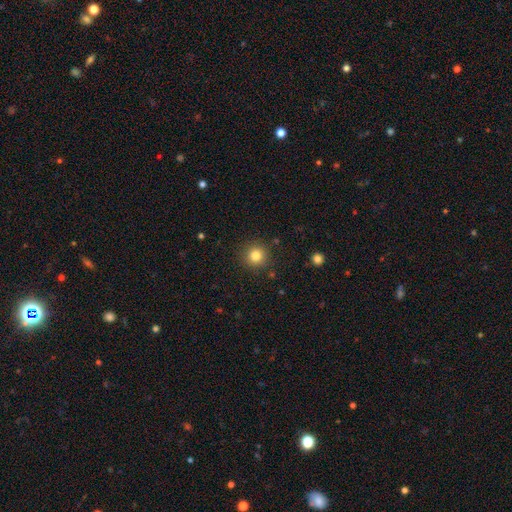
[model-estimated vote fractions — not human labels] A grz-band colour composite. It shows a smooth galaxy with no disk features (81%) that is round (94%). Merging: none (89%).